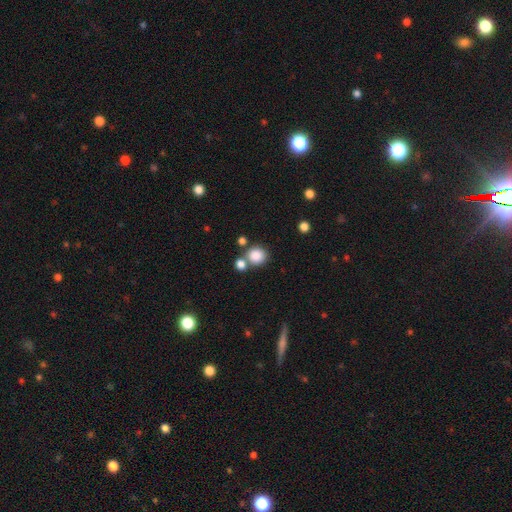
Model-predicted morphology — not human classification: A smooth galaxy with no disk features (85%) that is round (85%).

Vote fractions:
- Smooth or featured? smooth: 85% / star or artifact: 10% / featured or disk: 5%
- How rounded? round: 85% / in between: 14% / cigar-shaped: 1%
- Merging? none: 63% / merger: 24% / minor disturbance: 9% / major disturbance: 4%